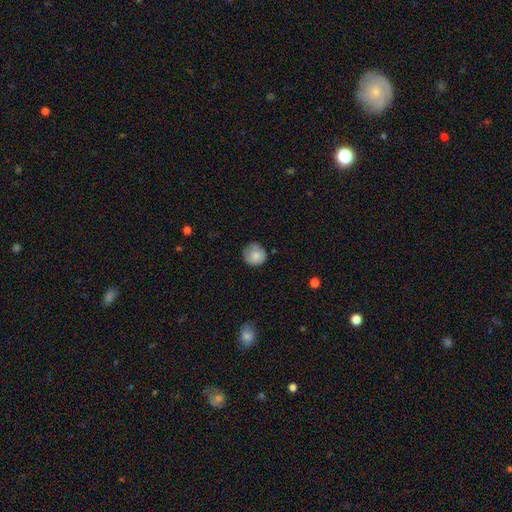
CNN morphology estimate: This is likely a smooth galaxy (80%). How rounded: clearly round (91%). Merging: likely none (73%).